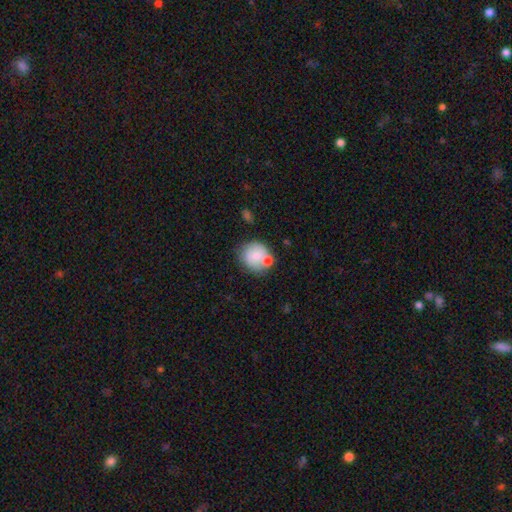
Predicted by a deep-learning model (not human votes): This is likely a smooth galaxy (69%). How rounded: clearly round (82%). Merging: possibly none (54%).